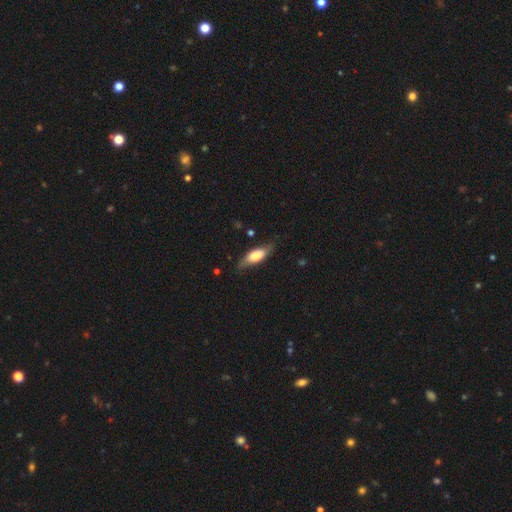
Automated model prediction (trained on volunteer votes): Smooth or featured? Predicted: smooth (p=0.63). How rounded? Predicted: in between (p=0.61). Merging? Predicted: none (p=0.72).